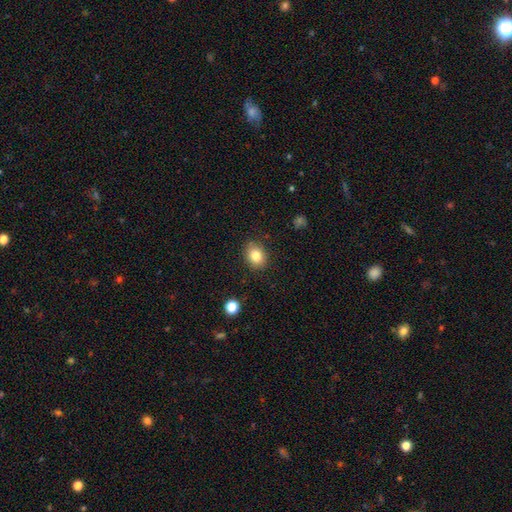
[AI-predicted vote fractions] This is clearly a smooth galaxy (82%). How rounded: possibly round (52%). Merging: clearly none (87%).